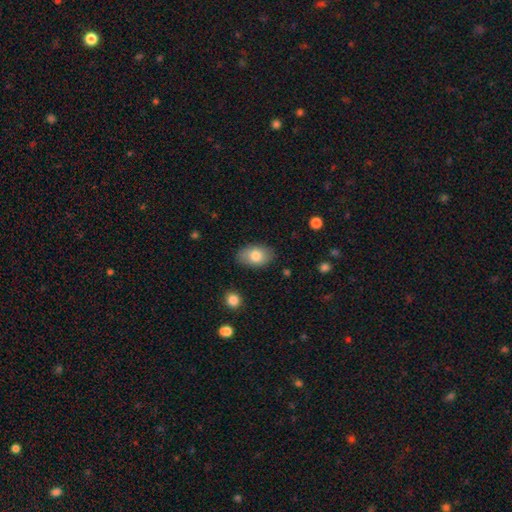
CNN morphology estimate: smooth-or-featured: smooth: 79% | featured or disk: 14% | star or artifact: 7%
  how-rounded: in between: 89% | round: 9% | cigar-shaped: 1%
  merging: none: 84% | minor disturbance: 12% | major disturbance: 3% | merger: 1%